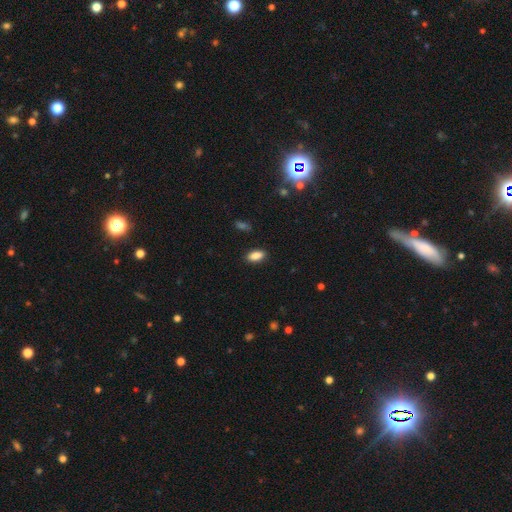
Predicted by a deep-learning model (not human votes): A smooth galaxy with no disk features (86%) that is in between round and cigar-shaped (89%). Merging: none (89%).